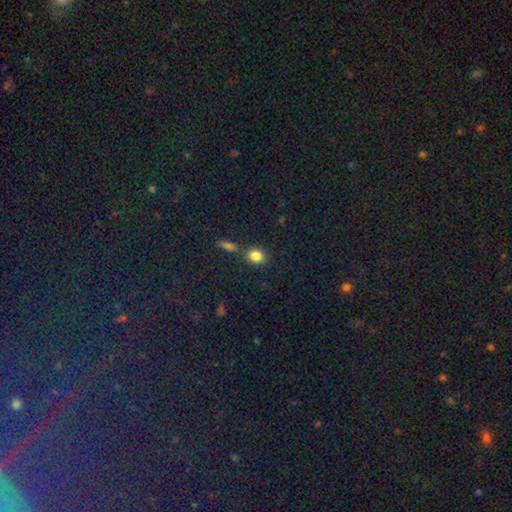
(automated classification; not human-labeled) Smooth or featured? Predicted: smooth (p=0.83). How rounded? Predicted: round (p=0.63). Merging? Predicted: none (p=0.73).